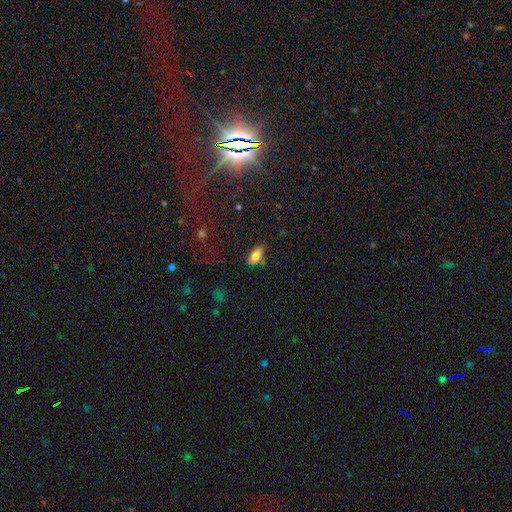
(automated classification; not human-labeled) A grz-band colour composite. It shows a smooth galaxy with no disk features (77%) that is in between round and cigar-shaped (85%). Merging: none (81%).